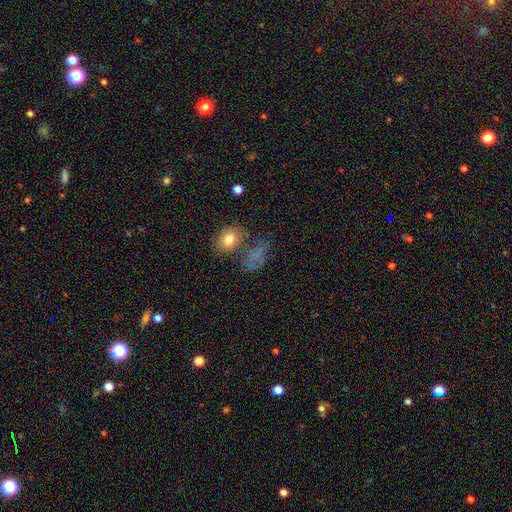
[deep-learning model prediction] Smooth or featured? smooth (59%)
How rounded? in between (68%)
Merging? none (46%)